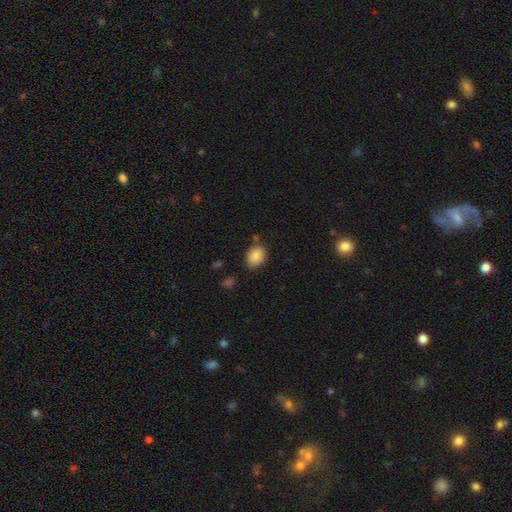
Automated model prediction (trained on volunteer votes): smooth-or-featured: smooth: 88% | star or artifact: 8% | featured or disk: 4%
  how-rounded: in between: 69% | round: 30% | cigar-shaped: 1%
  merging: none: 76% | minor disturbance: 16% | merger: 4% | major disturbance: 4%